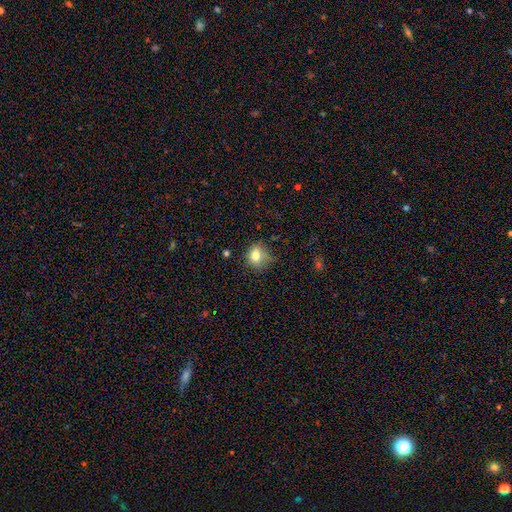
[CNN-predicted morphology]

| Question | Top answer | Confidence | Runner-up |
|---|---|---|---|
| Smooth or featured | smooth | 76% | star or artifact (12%) |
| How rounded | round | 70% | in between (29%) |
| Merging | none | 66% | minor disturbance (24%) |